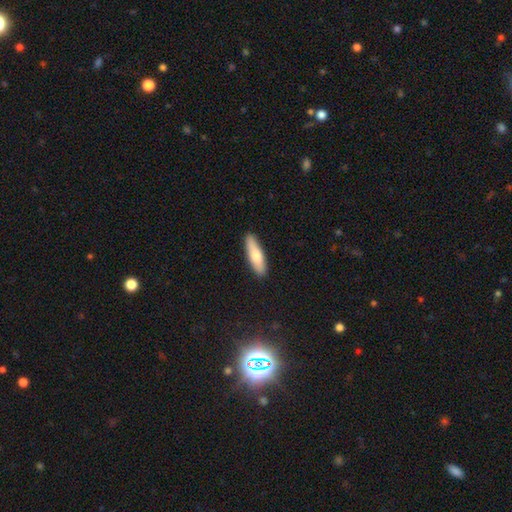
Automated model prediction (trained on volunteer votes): A smooth galaxy with no disk features (74%) that is cigar-shaped (63%).

Vote fractions:
- Smooth or featured? smooth: 74% / featured or disk: 21% / star or artifact: 5%
- How rounded? cigar-shaped: 63% / in between: 35% / round: 2%
- Merging? none: 89% / minor disturbance: 8% / major disturbance: 2% / merger: 1%